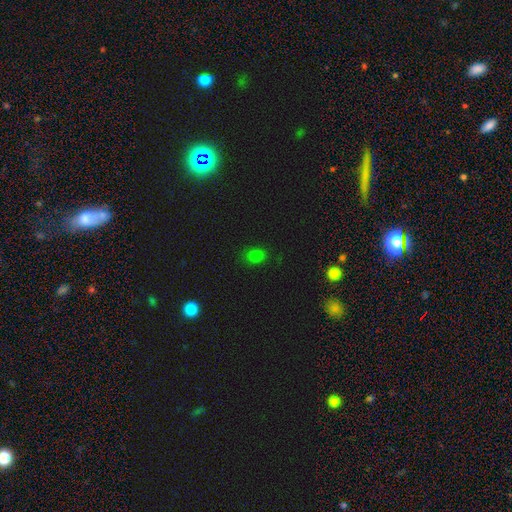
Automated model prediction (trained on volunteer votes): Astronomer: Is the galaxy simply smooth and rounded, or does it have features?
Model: smooth — 78%.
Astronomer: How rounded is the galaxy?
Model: in between — 67%.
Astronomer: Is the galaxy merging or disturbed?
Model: none — 80%.